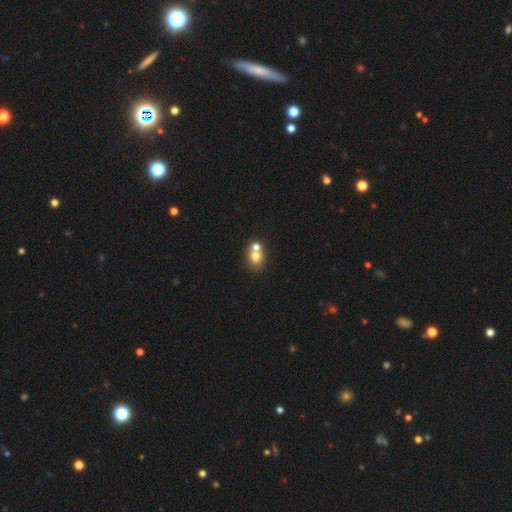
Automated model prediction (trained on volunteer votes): A smooth galaxy with no disk features (72%) that is round (63%). Merging: merger (54%).